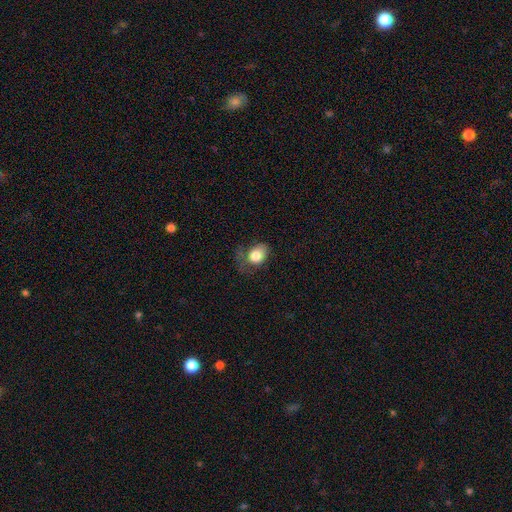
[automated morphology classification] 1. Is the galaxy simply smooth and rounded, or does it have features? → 79% smooth, 12% featured or disk, 9% star or artifact.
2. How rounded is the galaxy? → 55% in between, 44% round, 1% cigar-shaped.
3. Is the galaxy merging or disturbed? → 36% none, 31% minor disturbance, 30% major disturbance, 2% merger.